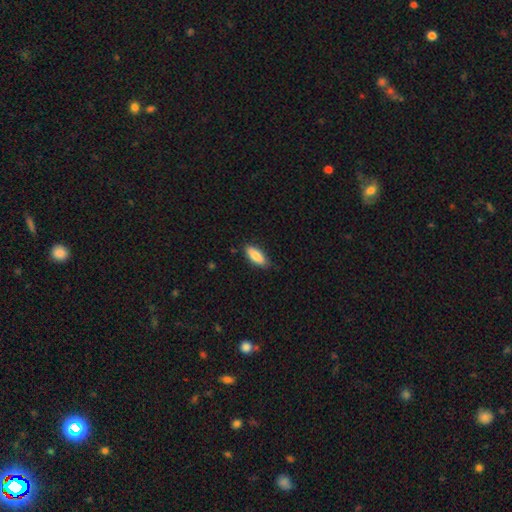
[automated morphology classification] type=smooth (85%); roundness=in between (75%); merging=none (82%).